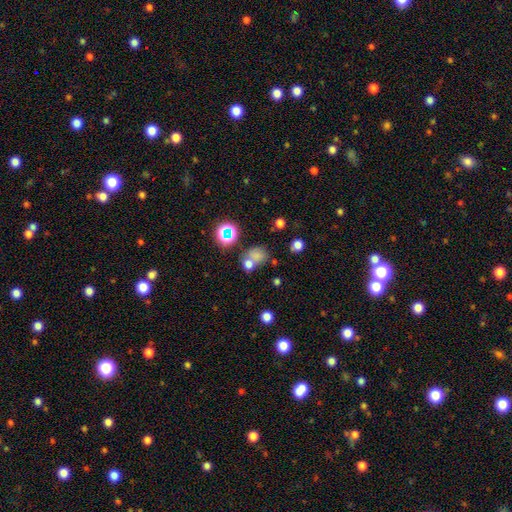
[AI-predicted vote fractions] A smooth galaxy with no disk features (66%) that is round (55%).

Vote fractions:
- Smooth or featured? smooth: 66% / star or artifact: 24% / featured or disk: 10%
- How rounded? round: 55% / in between: 44% / cigar-shaped: 1%
- Merging? none: 47% / merger: 34% / minor disturbance: 13% / major disturbance: 7%